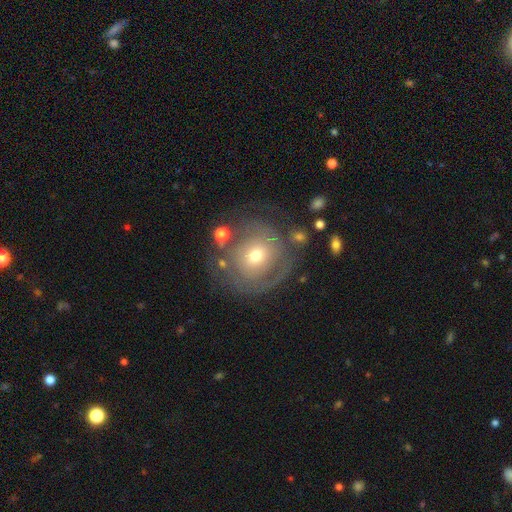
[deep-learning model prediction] This is possibly a featured or disk galaxy (55%). It is clearly not viewed edge-on (96%). Bar: likely no (77%). Spiral arm pattern: likely yes (60%). Central bulge: possibly moderate (57%). Merging: possibly none (60%).